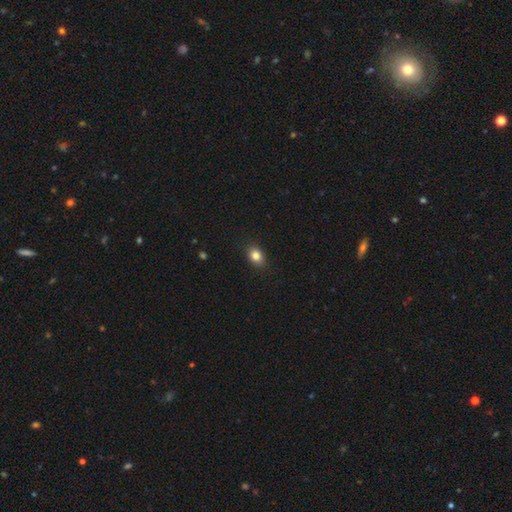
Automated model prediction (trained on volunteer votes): Overall: smooth (83%). How rounded: in between (68%; round 30%). Merging: none (87%).